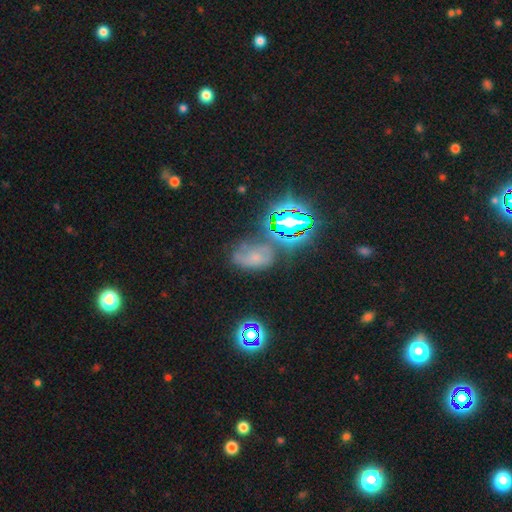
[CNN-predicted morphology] Q: Smooth or featured?
A: star or artifact (42%); runner-up: featured or disk (29%)